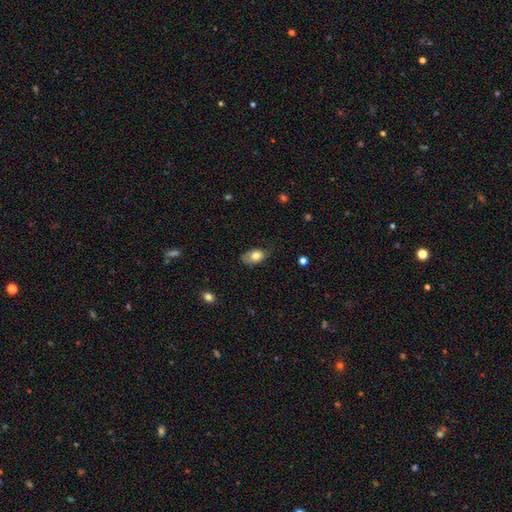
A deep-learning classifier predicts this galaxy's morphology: This appears to be a smooth galaxy with no disk features (74%) that is in between round and cigar-shaped (87%). Merging: none (55%).